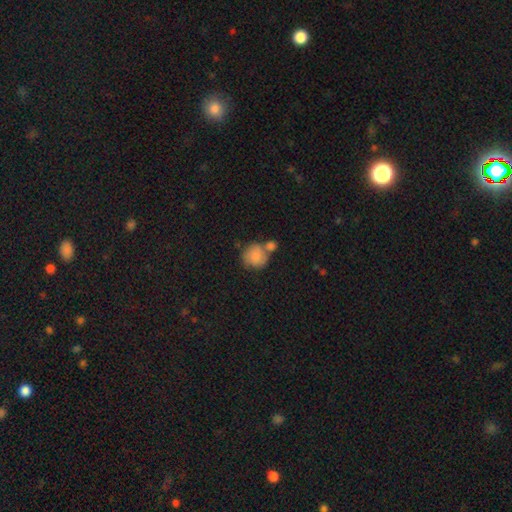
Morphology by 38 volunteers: Smooth or featured? smooth (89%)
How rounded? round (100%)
Merging? merger (58%)